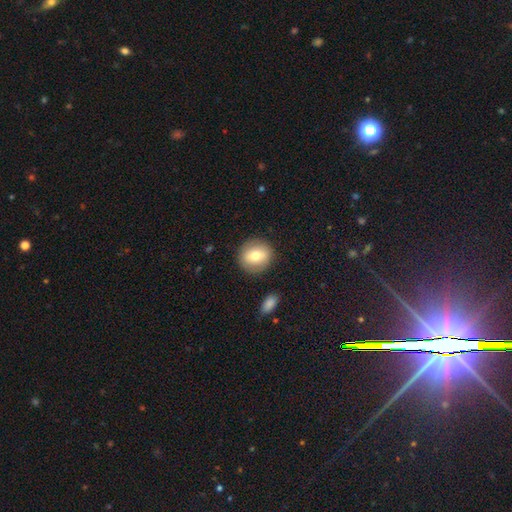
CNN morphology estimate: type=smooth (72%); roundness=round (83%); merging=none (87%).